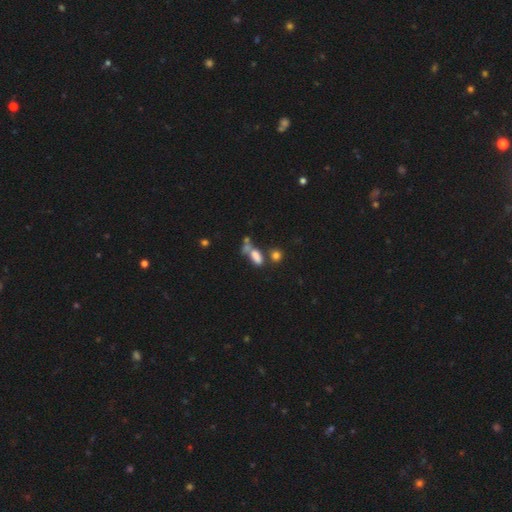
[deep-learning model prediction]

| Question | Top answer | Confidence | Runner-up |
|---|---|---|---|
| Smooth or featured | smooth | 73% | star or artifact (14%) |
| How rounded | in between | 75% | cigar-shaped (15%) |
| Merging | merger | 38% | none (37%) |